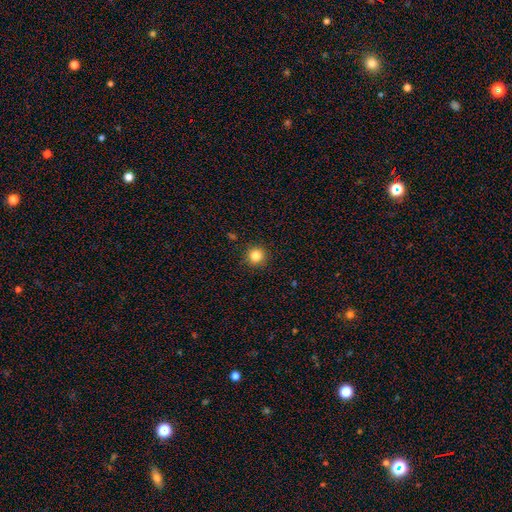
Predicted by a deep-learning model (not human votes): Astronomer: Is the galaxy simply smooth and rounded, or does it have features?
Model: smooth — 85%.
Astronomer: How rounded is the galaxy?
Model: round — 95%.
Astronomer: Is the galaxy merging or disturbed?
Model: none — 91%.